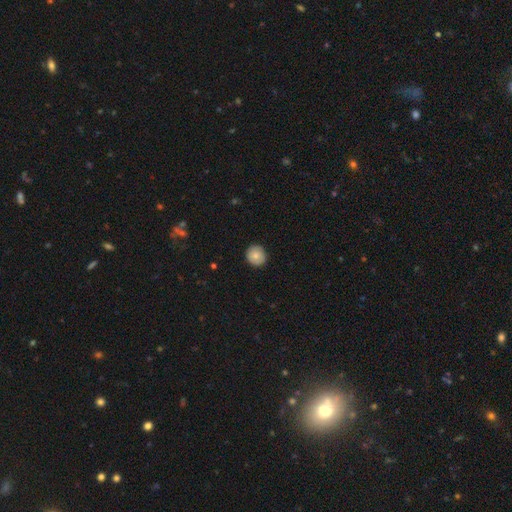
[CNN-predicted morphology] smooth 78%, featured or disk 15%, star or artifact 7%. Down the decision tree: how rounded — round (89%); merging — none (89%).